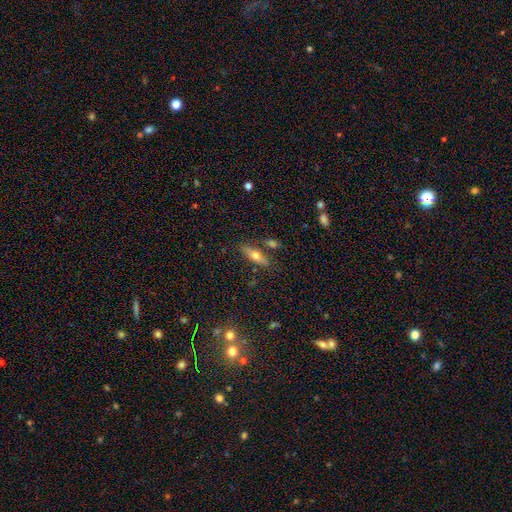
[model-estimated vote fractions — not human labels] Morphology: type=smooth (54%); roundness=cigar-shaped (54%); merging=none (77%).